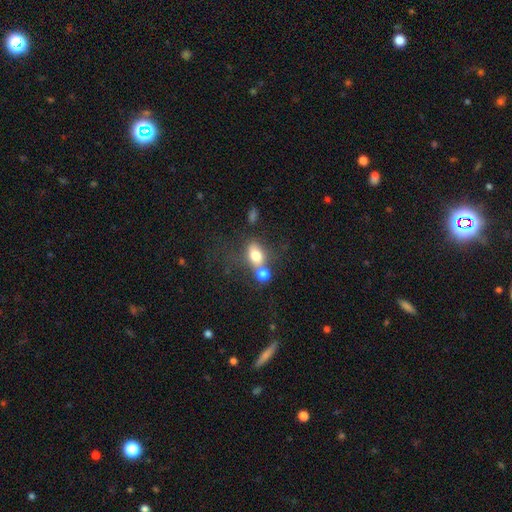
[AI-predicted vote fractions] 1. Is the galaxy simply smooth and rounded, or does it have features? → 74% smooth, 14% featured or disk, 12% star or artifact.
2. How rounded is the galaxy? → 63% in between, 34% round, 3% cigar-shaped.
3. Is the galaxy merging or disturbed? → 41% merger, 38% none, 13% minor disturbance, 8% major disturbance.